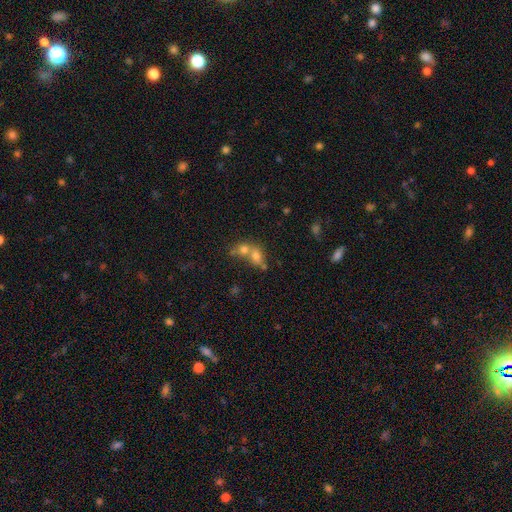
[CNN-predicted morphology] Smooth or featured? Predicted: smooth (p=0.68). How rounded? Predicted: round (p=0.57). Merging? Predicted: merger (p=0.67).